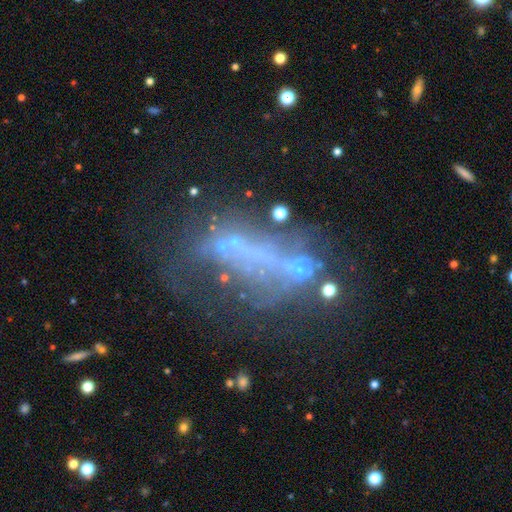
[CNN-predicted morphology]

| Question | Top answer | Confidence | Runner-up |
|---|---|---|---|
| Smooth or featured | featured or disk | 50% | star or artifact (30%) |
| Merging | none | 39% | major disturbance (31%) |